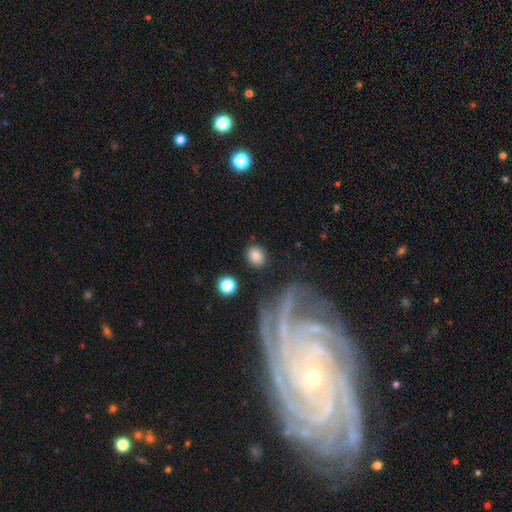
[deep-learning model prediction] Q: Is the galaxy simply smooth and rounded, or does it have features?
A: smooth — 83%.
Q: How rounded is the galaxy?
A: round — 60%.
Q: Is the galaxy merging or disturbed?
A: none — 82%.